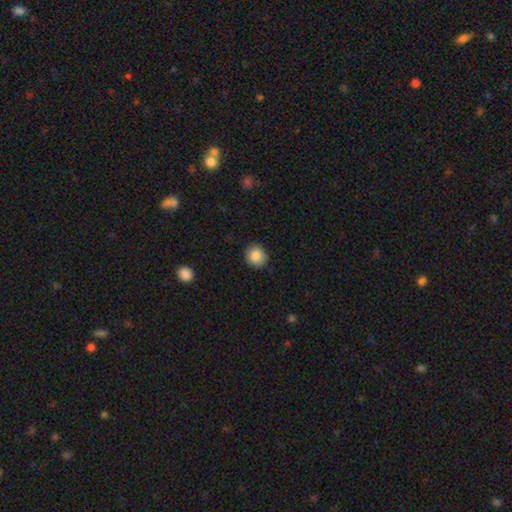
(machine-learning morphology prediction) Overall: smooth (87%). How rounded: round (85%). Merging: none (90%).